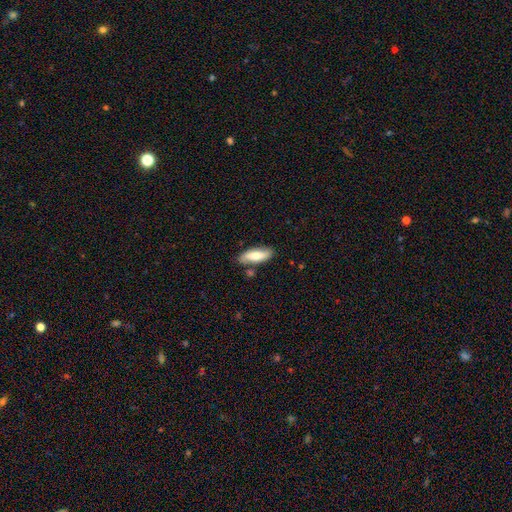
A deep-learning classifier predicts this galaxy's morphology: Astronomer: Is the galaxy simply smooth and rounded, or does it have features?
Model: smooth — 64%.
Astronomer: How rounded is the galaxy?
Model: in between — 66%.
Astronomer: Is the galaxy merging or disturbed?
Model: none — 76%.